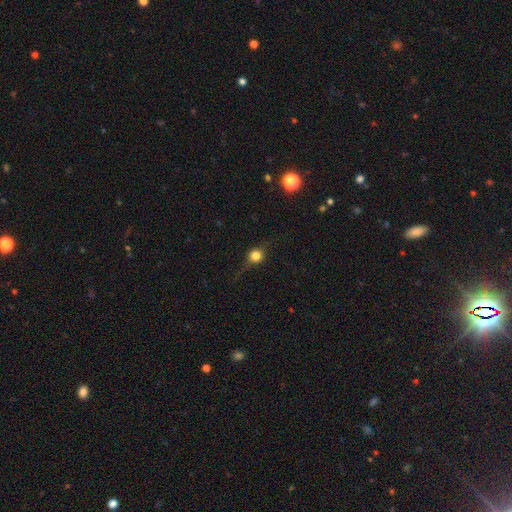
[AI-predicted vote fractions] This appears to be a smooth galaxy with no disk features (67%) that is round (84%). Merging: none (67%).